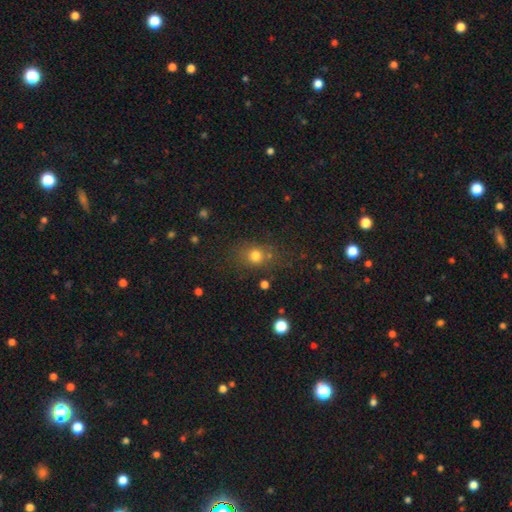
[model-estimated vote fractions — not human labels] smooth 76%, star or artifact 16%, featured or disk 8%. Down the decision tree: how rounded — round (66%); merging — none (70%).